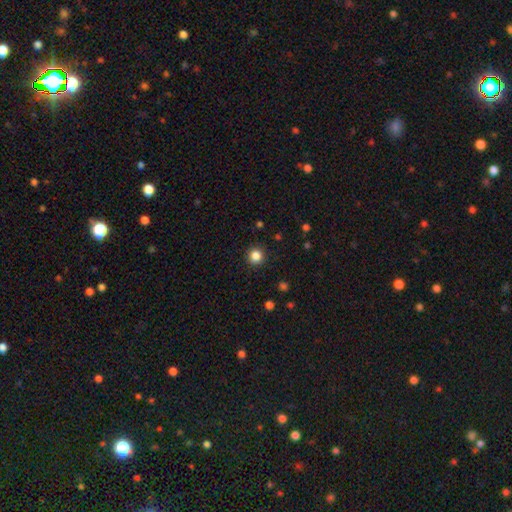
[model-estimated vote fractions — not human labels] smooth-or-featured: smooth: 85% | star or artifact: 12% | featured or disk: 4%
  how-rounded: round: 94% | in between: 5% | cigar-shaped: 1%
  merging: none: 92% | minor disturbance: 5% | major disturbance: 2% | merger: 1%